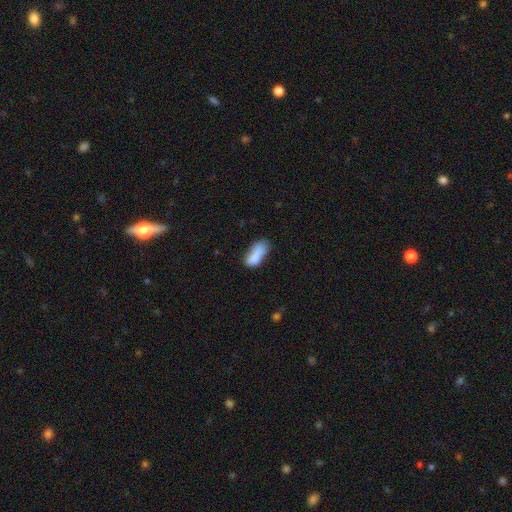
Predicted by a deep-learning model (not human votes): smooth 79%, featured or disk 12%, star or artifact 9%. Down the decision tree: how rounded — in between (83%); merging — none (37%).